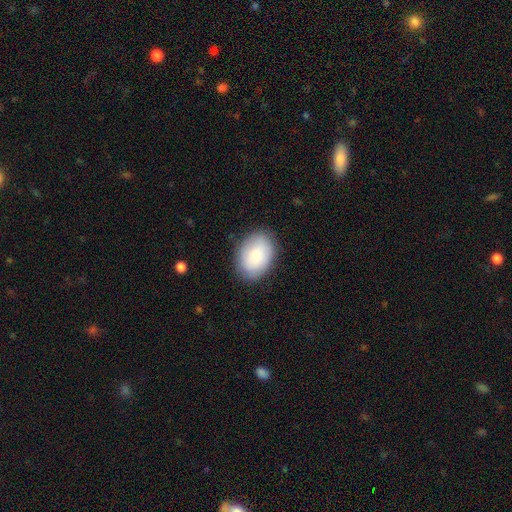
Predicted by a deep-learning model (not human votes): Smooth or featured? smooth (83%)
How rounded? in between (78%)
Merging? none (85%)